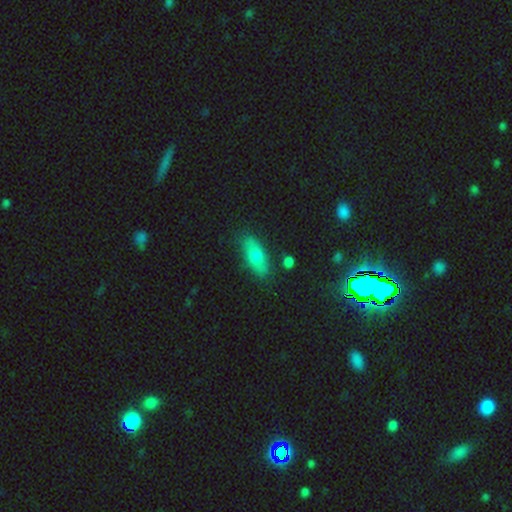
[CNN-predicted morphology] A smooth galaxy with no disk features (68%) that is in between round and cigar-shaped (76%).

Vote fractions:
- Smooth or featured? smooth: 68% / featured or disk: 23% / star or artifact: 8%
- How rounded? in between: 76% / cigar-shaped: 20% / round: 5%
- Merging? none: 79% / minor disturbance: 14% / major disturbance: 4% / merger: 3%